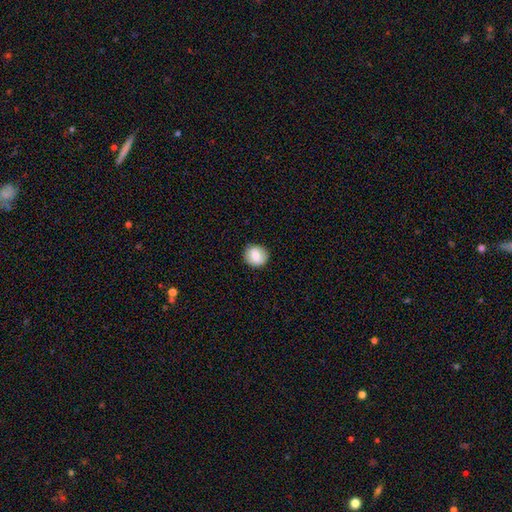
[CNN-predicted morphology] Smooth or featured?
  - smooth: 81% *
  - featured or disk: 11%
  - star or artifact: 8%
How rounded?
  - round: 87% *
  - in between: 12%
  - cigar-shaped: 1%
Merging?
  - none: 89% *
  - minor disturbance: 8%
  - major disturbance: 2%
  - merger: 1%